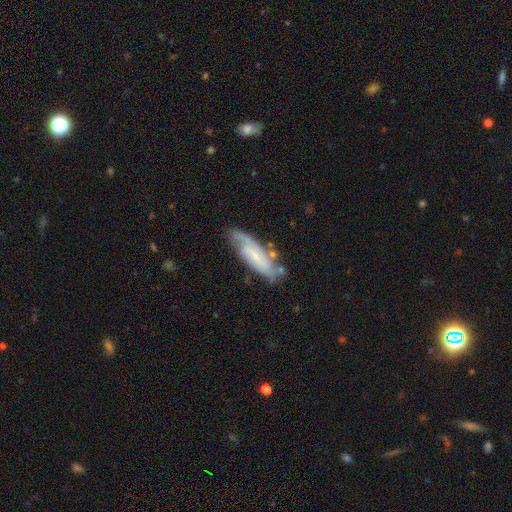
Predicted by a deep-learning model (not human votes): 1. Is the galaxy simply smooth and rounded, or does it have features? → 66% featured or disk, 27% smooth, 7% star or artifact.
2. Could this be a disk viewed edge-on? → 83% no, 17% yes.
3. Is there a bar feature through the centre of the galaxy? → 53% no, 36% weak, 12% strong.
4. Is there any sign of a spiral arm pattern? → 89% yes, 11% no.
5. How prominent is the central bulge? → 63% small, 17% none, 16% moderate, 2% large, 1% dominant.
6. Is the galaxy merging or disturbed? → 62% none, 23% minor disturbance, 9% major disturbance, 6% merger.